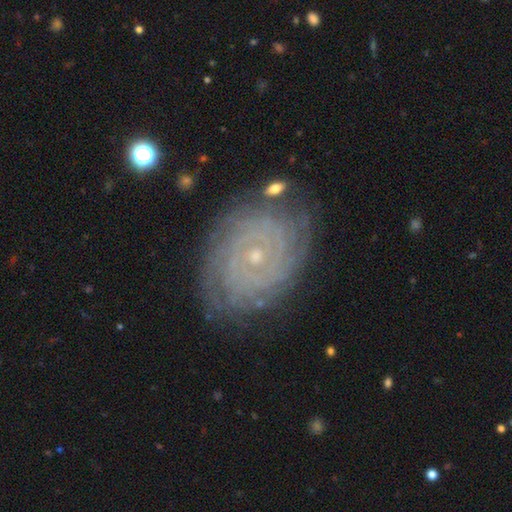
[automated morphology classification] smooth_or_featured: featured or disk (p=0.85) [alt: smooth p=0.08]
disk_edge_on: no (p=0.97) [alt: yes p=0.03]
bar: no (p=0.78) [alt: weak p=0.17]
has_spiral_arms: yes (p=0.97) [alt: no p=0.03]
spiral_winding: tight (p=0.86) [alt: medium p=0.12]
spiral_arm_count: can't tell (p=0.29) [alt: 2 p=0.24]
bulge_size: small (p=0.82) [alt: moderate p=0.15]
merging: none (p=0.80) [alt: minor disturbance p=0.14]